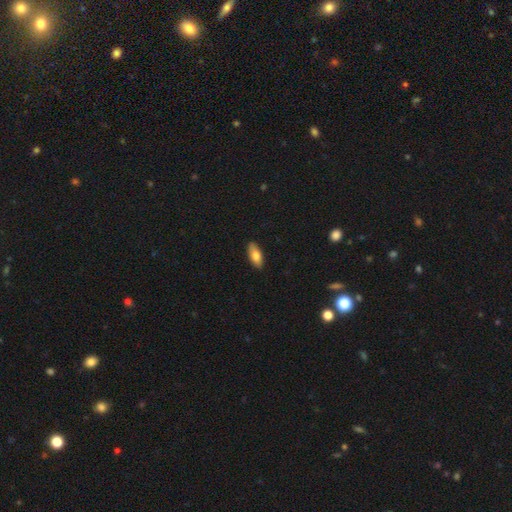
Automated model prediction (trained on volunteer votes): Q: Smooth or featured?
A: smooth (77%); runner-up: featured or disk (17%)
Q: How rounded?
A: in between (80%); runner-up: cigar-shaped (17%)
Q: Merging?
A: none (88%); runner-up: minor disturbance (9%)